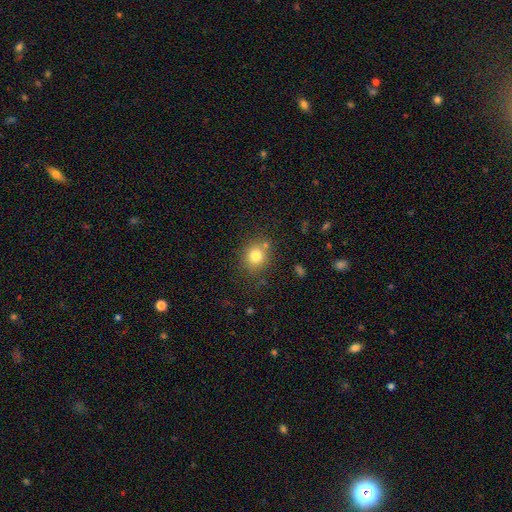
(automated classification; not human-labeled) The model was most divided on "how rounded": round: 76%, in between: 23%, cigar-shaped: 1%. More confident: smooth or featured — smooth (78%); merging — none (76%).